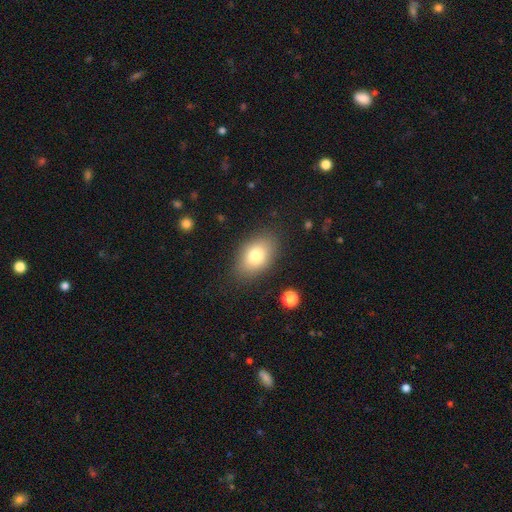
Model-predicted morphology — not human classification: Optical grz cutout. It shows a smooth galaxy with no disk features (78%) that is in between round and cigar-shaped (87%). Merging: none (84%).